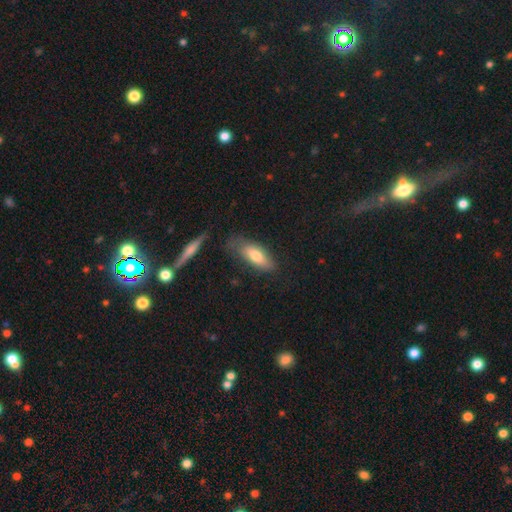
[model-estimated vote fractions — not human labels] Smooth or featured?
  - smooth: 71% *
  - featured or disk: 22%
  - star or artifact: 7%
How rounded?
  - in between: 69% *
  - cigar-shaped: 28%
  - round: 2%
Merging?
  - none: 63% *
  - minor disturbance: 24%
  - major disturbance: 8%
  - merger: 4%